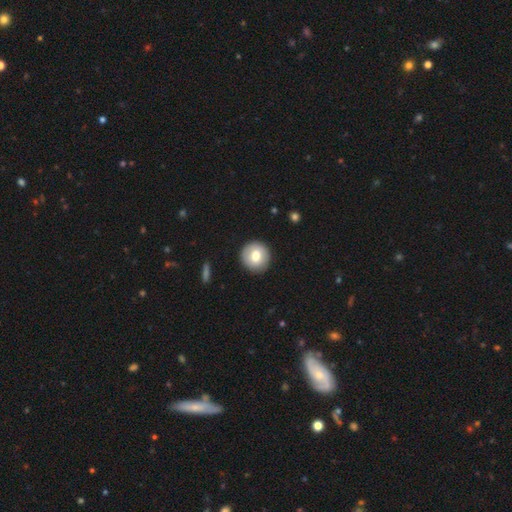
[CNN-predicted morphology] smooth 75%, featured or disk 18%, star or artifact 7%. Down the decision tree: how rounded — round (93%); merging — none (90%).